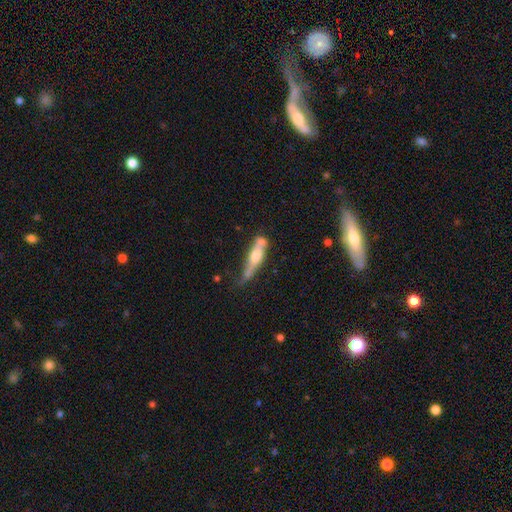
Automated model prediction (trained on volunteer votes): smooth-or-featured: featured or disk: 53% | smooth: 41% | star or artifact: 6%
  disk-edge-on: yes: 76% | no: 24%
  merging: none: 42% | minor disturbance: 26% | merger: 22% | major disturbance: 10%